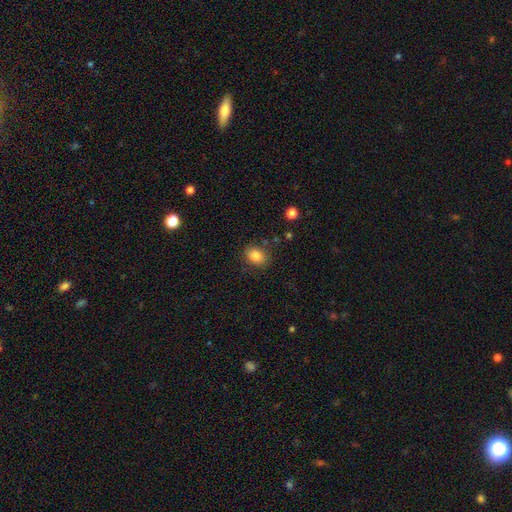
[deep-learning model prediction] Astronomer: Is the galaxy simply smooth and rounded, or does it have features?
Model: smooth — 84%.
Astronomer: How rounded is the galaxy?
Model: in between — 58% (runner-up: round, 41%).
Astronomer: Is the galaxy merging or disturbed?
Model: none — 82%.